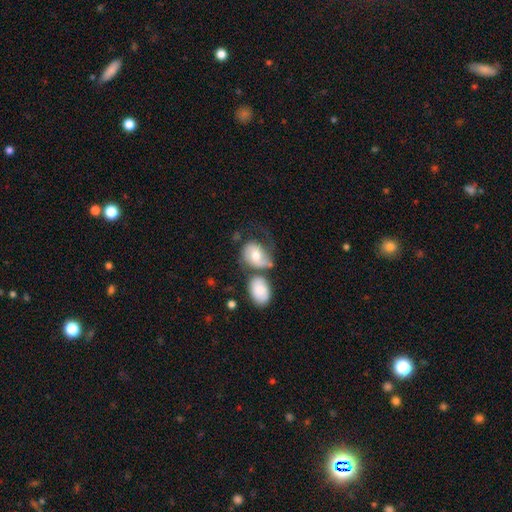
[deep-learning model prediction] smooth 51%, featured or disk 42%, star or artifact 7%. Down the decision tree: how rounded — in between (62%); merging — merger (37%).